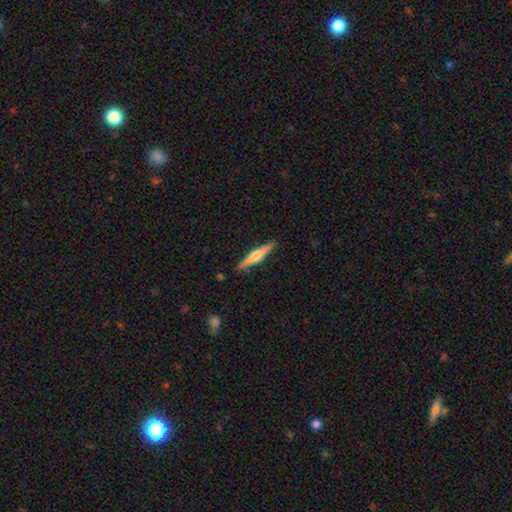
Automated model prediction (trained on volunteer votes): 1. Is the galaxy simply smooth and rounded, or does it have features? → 61% featured or disk, 34% smooth, 5% star or artifact.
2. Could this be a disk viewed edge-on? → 98% yes, 2% no.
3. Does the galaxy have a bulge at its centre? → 82% rounded, 11% boxy, 7% none.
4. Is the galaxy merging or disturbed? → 90% none, 7% minor disturbance, 1% major disturbance, 1% merger.